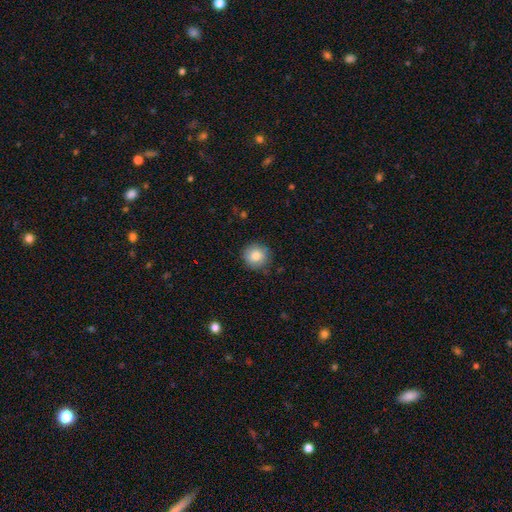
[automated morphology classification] The model was most divided on "smooth or featured": smooth: 83%, featured or disk: 9%, star or artifact: 8%. More confident: how rounded — round (92%); merging — none (86%).